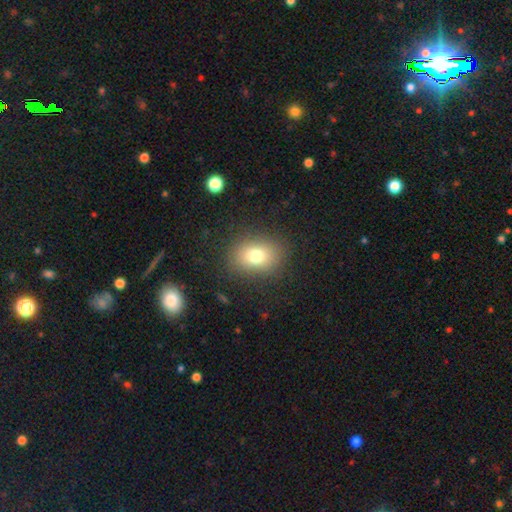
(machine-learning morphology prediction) Smooth or featured? smooth (76%)
How rounded? in between (61%)
Merging? none (85%)